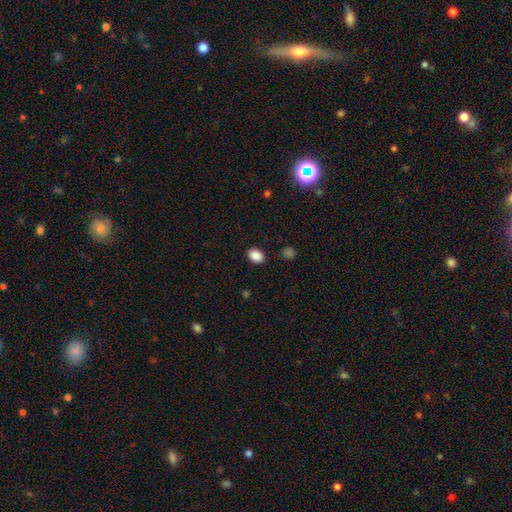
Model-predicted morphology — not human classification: Smooth or featured? Predicted: smooth (p=0.88). How rounded? Predicted: in between (p=0.73). Merging? Predicted: none (p=0.88).